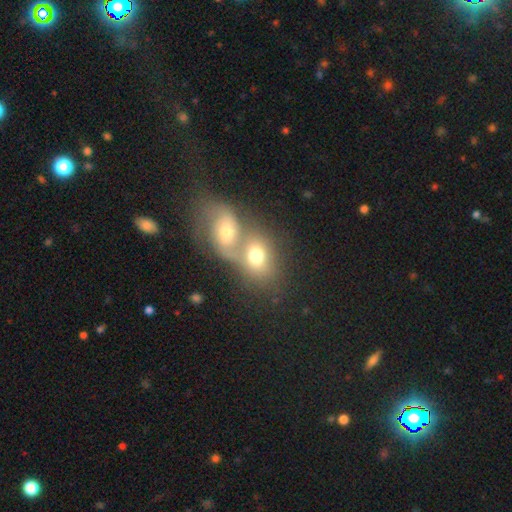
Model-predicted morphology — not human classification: type=smooth (57%); roundness=in between (67%); merging=merger (71%).